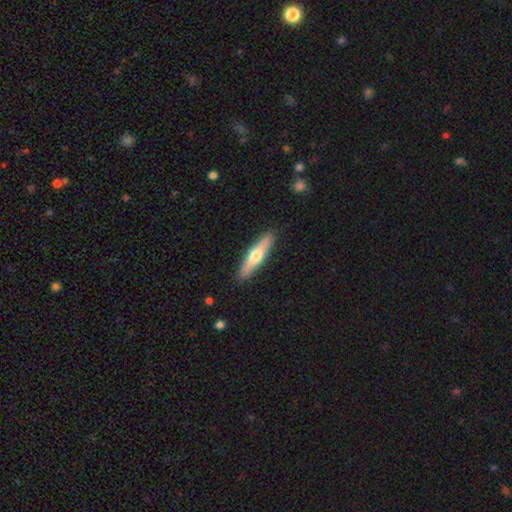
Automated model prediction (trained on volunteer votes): A smooth galaxy with no disk features (50%) that is cigar-shaped (81%).

Vote fractions:
- Smooth or featured? smooth: 50% / featured or disk: 45% / star or artifact: 5%
- How rounded? cigar-shaped: 81% / in between: 17% / round: 2%
- Merging? none: 90% / minor disturbance: 8% / major disturbance: 2% / merger: 1%